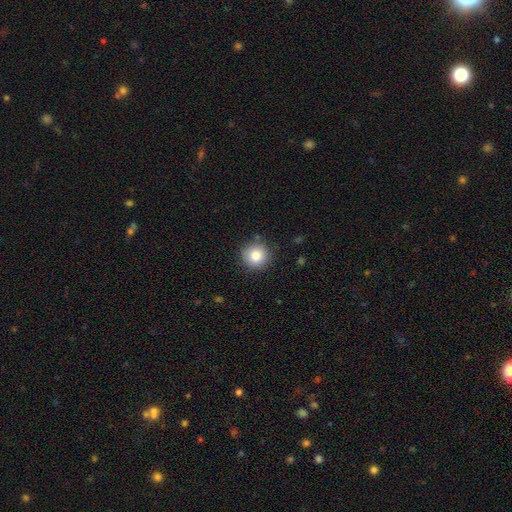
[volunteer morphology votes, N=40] Volunteers were most divided on "merging": none: 86%, minor disturbance: 14%, major disturbance: 0%, merger: 0%. More confident: how rounded — round (97%); smooth or featured — smooth (85%).